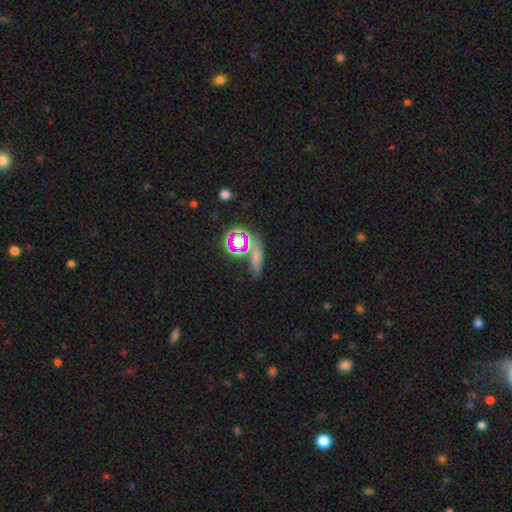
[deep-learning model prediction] Smooth or featured: smooth — 50% (star or artifact — 35%)
Merging: none — 61% (minor disturbance — 15%)